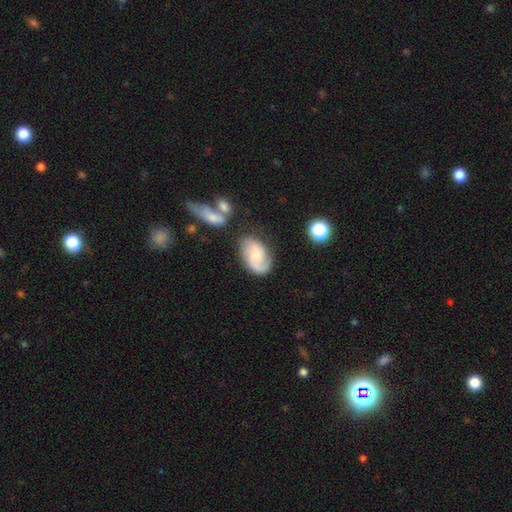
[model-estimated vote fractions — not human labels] A featured or disk galaxy (64%) with no bar (55%), 2 (79%) medium (45%) spiral arms (92%) and a moderate central bulge (45%). Merging: none (66%).